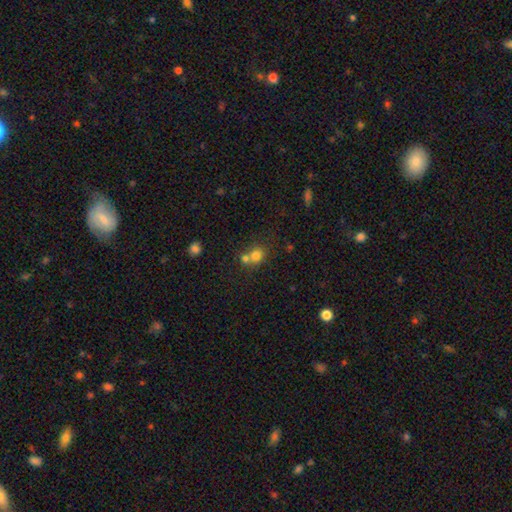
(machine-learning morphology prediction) Smooth or featured?
  - smooth: 75% *
  - star or artifact: 14%
  - featured or disk: 11%
How rounded?
  - round: 75% *
  - in between: 24%
  - cigar-shaped: 1%
Merging?
  - merger: 48% *
  - none: 41%
  - minor disturbance: 7%
  - major disturbance: 3%